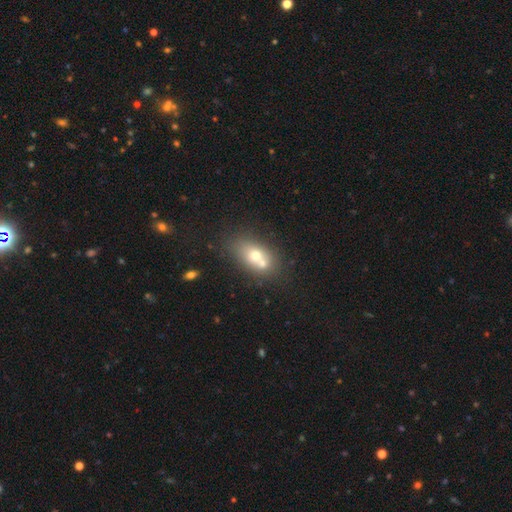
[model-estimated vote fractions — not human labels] Morphology: type=smooth (61%); roundness=in between (69%); merging=merger (51%).